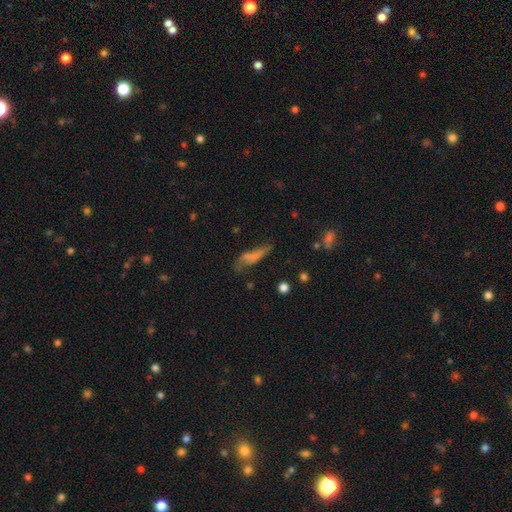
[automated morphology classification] Smooth or featured?
  - smooth: 52% *
  - featured or disk: 34%
  - star or artifact: 14%
How rounded?
  - cigar-shaped: 66% *
  - in between: 30%
  - round: 4%
Merging?
  - none: 42% *
  - minor disturbance: 28%
  - major disturbance: 22%
  - merger: 8%